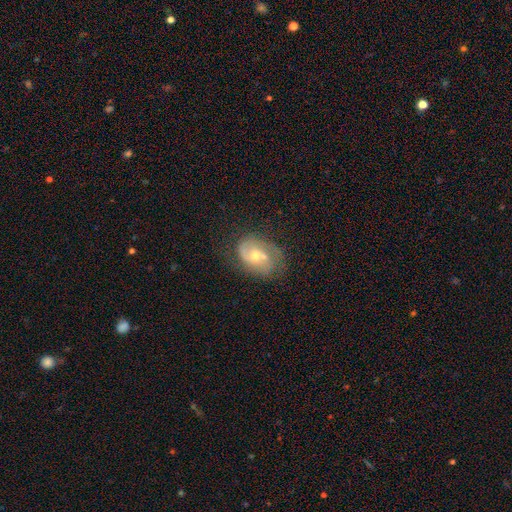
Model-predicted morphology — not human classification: smooth_or_featured: featured or disk (p=0.64) [alt: smooth p=0.28]
disk_edge_on: no (p=0.97) [alt: yes p=0.03]
bar: no (p=0.64) [alt: weak p=0.30]
has_spiral_arms: yes (p=0.78) [alt: no p=0.22]
bulge_size: moderate (p=0.59) [alt: small p=0.36]
merging: none (p=0.50) [alt: minor disturbance p=0.23]